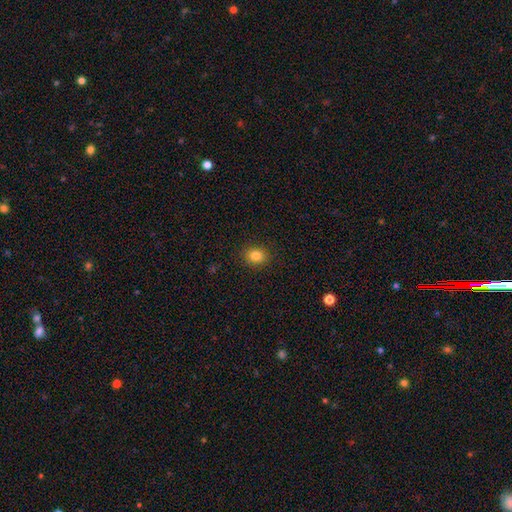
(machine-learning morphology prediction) type=smooth (84%); roundness=round (55%); merging=none (89%).